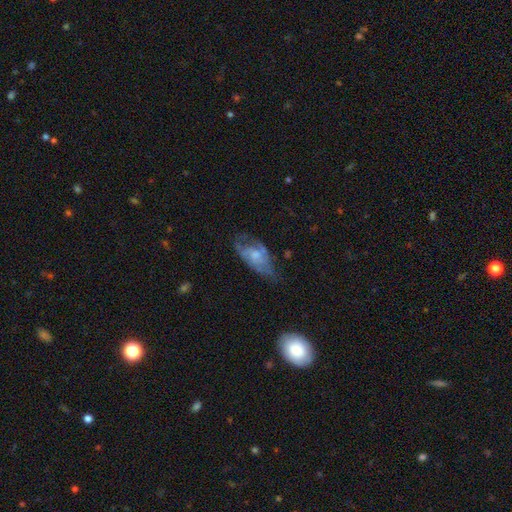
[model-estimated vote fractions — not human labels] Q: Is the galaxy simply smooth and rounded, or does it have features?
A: featured or disk — 57%.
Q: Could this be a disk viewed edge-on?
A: no — 90%.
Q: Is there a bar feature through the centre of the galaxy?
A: no — 74%.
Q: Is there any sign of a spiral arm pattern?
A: yes — 58%.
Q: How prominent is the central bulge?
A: moderate — 40%.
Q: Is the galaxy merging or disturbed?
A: none — 43%.